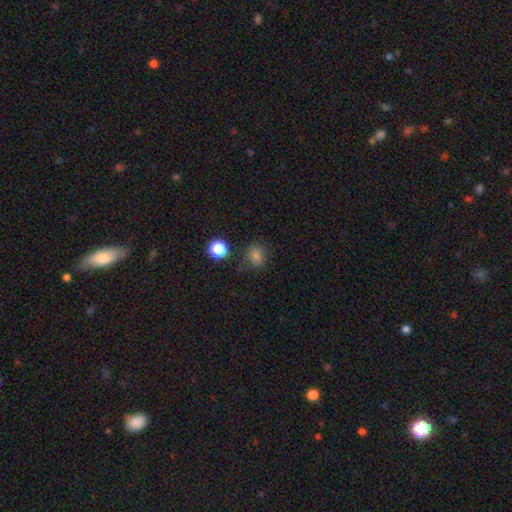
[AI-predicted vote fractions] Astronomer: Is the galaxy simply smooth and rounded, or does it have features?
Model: smooth — 78%.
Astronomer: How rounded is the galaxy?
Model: round — 59% (runner-up: in between, 40%).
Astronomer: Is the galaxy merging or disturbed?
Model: none — 78%.